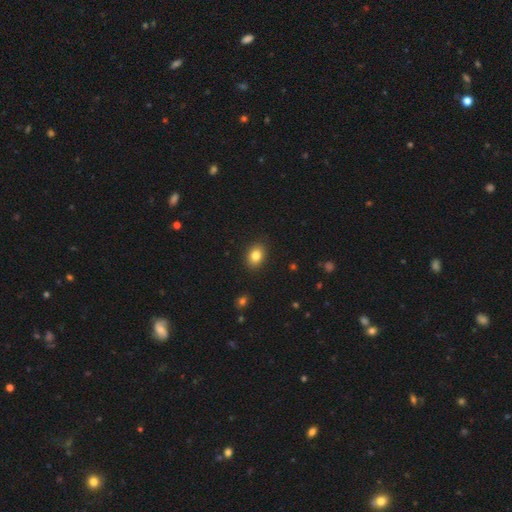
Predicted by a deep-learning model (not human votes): Morphology: type=smooth (83%); roundness=in between (63%); merging=none (90%).